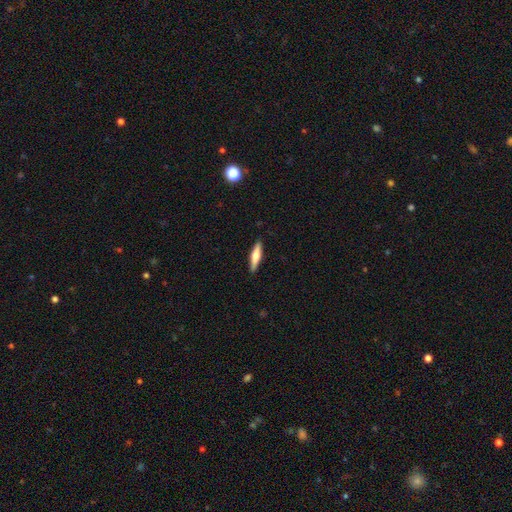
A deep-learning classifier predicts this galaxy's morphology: smooth_or_featured: smooth (p=0.55) [alt: featured or disk p=0.40]
how_rounded: cigar-shaped (p=0.80) [alt: in between p=0.19]
merging: none (p=0.90) [alt: minor disturbance p=0.08]